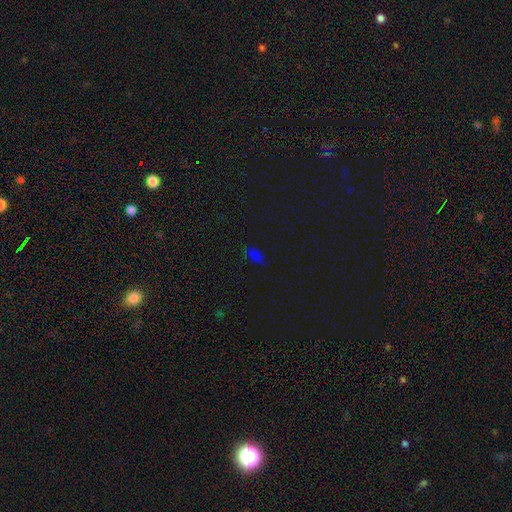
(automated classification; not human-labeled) smooth 64%, star or artifact 28%, featured or disk 8%. Down the decision tree: how rounded — in between (85%); merging — none (71%).